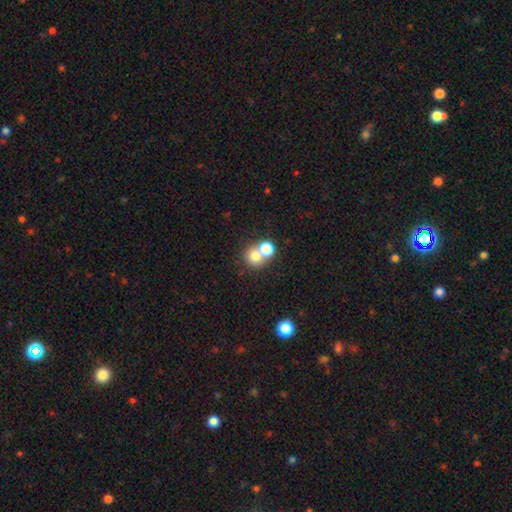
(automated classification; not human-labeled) A smooth galaxy with no disk features (76%) that is round (82%). Merging: merger (50%).